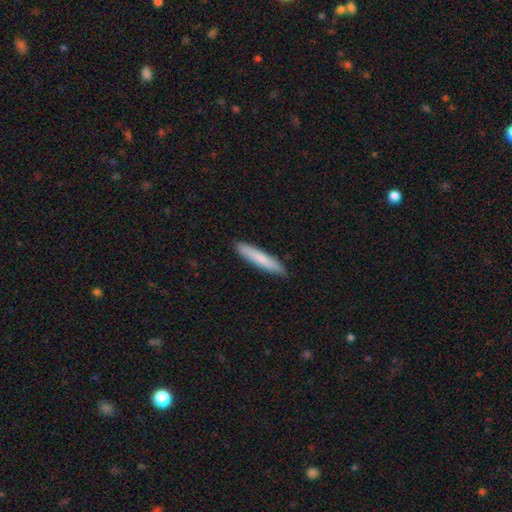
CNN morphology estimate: This is likely a smooth galaxy (79%). How rounded: clearly cigar-shaped (93%). Merging: clearly none (91%).